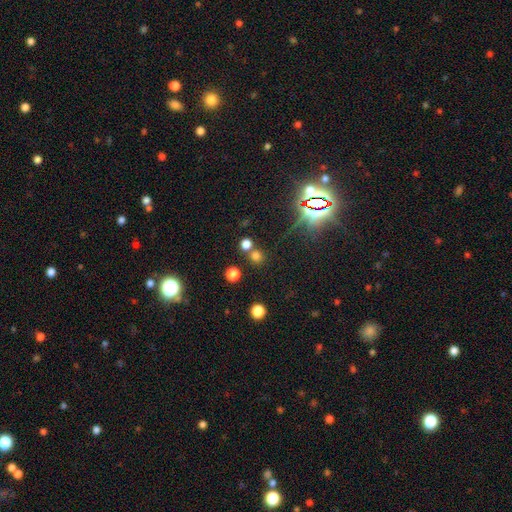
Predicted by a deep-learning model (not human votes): A smooth galaxy with no disk features (65%) that is round (88%).

Vote fractions:
- Smooth or featured? smooth: 65% / star or artifact: 28% / featured or disk: 7%
- How rounded? round: 88% / in between: 10% / cigar-shaped: 1%
- Merging? none: 68% / merger: 22% / minor disturbance: 6% / major disturbance: 3%